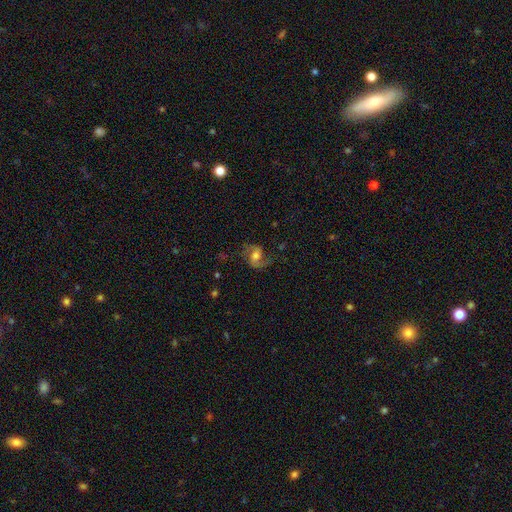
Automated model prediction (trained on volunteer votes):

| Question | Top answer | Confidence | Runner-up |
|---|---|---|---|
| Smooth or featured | featured or disk | 71% | smooth (20%) |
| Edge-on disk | no | 97% | yes (3%) |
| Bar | weak | 43% | no (41%) |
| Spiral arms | yes | 93% | no (7%) |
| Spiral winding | loose | 50% | medium (40%) |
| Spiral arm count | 2 | 86% | 1 (7%) |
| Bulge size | moderate | 62% | small (19%) |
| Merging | none | 66% | minor disturbance (17%) |